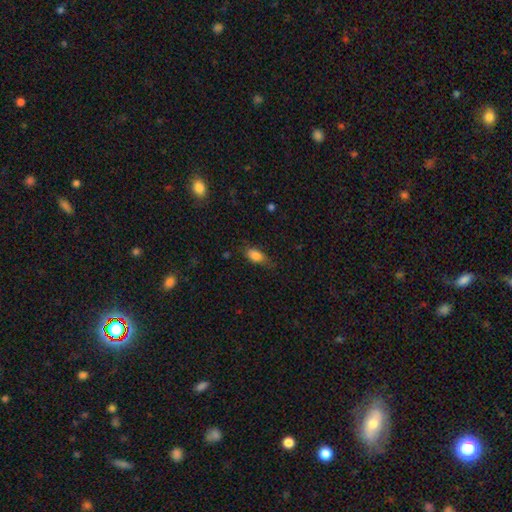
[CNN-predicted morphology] smooth_or_featured: smooth (p=0.83) [alt: star or artifact p=0.09]
how_rounded: in between (p=0.87) [alt: round p=0.07]
merging: none (p=0.60) [alt: minor disturbance p=0.29]